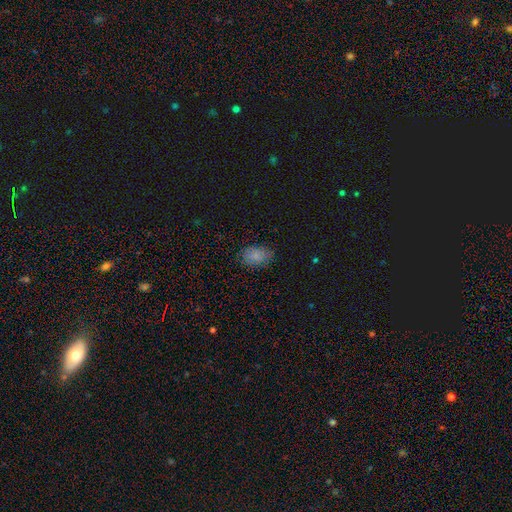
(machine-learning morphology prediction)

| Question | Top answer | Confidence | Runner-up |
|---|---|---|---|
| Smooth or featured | smooth | 83% | star or artifact (10%) |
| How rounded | in between | 82% | round (17%) |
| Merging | none | 80% | minor disturbance (15%) |